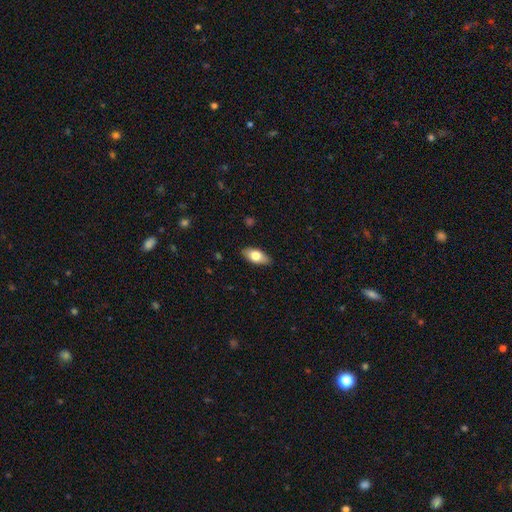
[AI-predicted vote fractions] Morphology: type=smooth (73%); roundness=in between (89%); merging=none (87%).